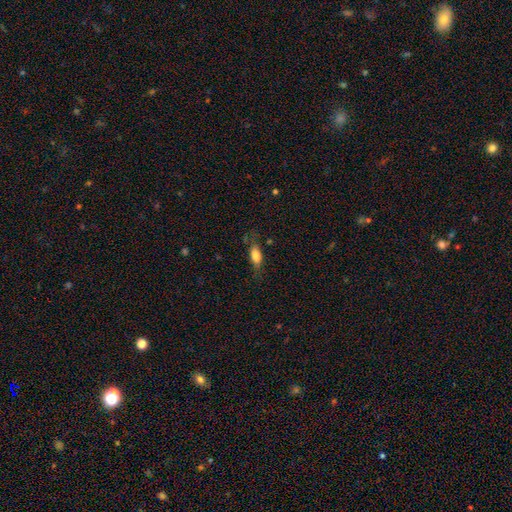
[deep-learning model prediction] smooth 76%, featured or disk 17%, star or artifact 8%. Down the decision tree: how rounded — in between (74%); merging — none (68%).